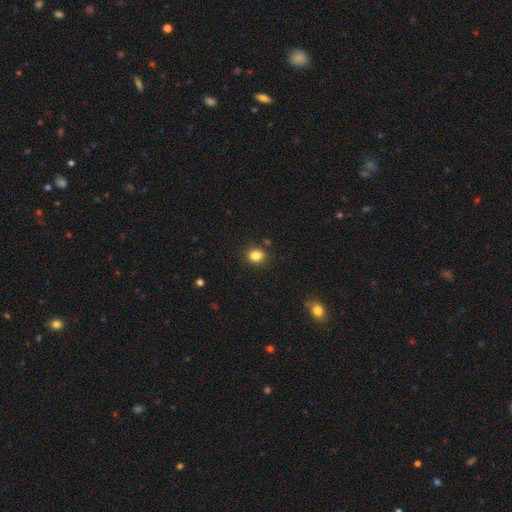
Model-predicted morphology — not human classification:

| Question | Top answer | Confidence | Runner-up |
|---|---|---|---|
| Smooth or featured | smooth | 83% | star or artifact (11%) |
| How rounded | round | 63% | in between (36%) |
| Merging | none | 86% | minor disturbance (9%) |